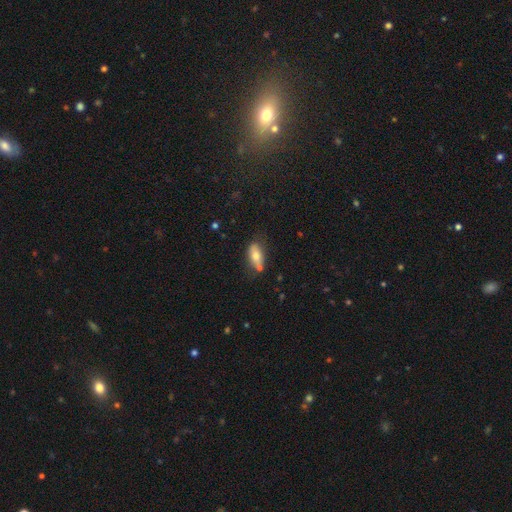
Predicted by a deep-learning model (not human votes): smooth_or_featured: smooth (p=0.69) [alt: featured or disk p=0.23]
how_rounded: in between (p=0.84) [alt: cigar-shaped p=0.11]
merging: none (p=0.64) [alt: minor disturbance p=0.21]